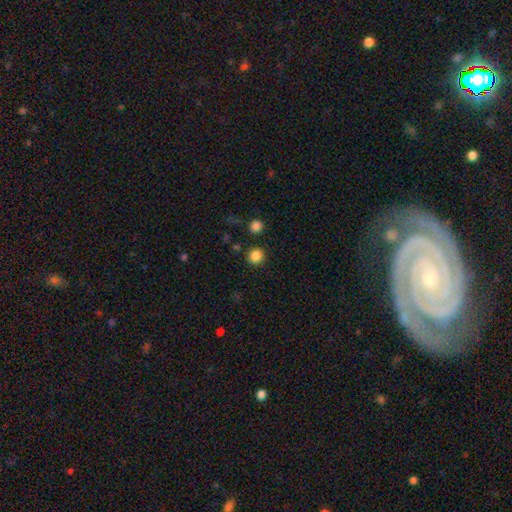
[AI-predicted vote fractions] This appears to be a smooth galaxy with no disk features (85%) that is round (93%). Merging: none (89%).